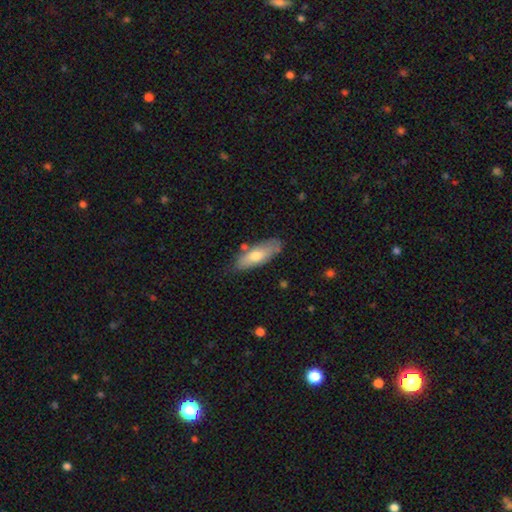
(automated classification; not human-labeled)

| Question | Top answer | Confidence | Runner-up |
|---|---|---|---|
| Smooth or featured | smooth | 67% | featured or disk (28%) |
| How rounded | in between | 64% | cigar-shaped (34%) |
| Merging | none | 77% | minor disturbance (16%) |